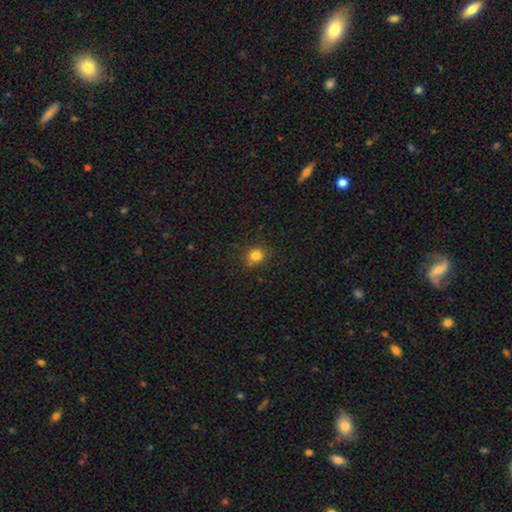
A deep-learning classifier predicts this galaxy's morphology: This appears to be a smooth galaxy with no disk features (82%) that is round (79%). Merging: none (82%).